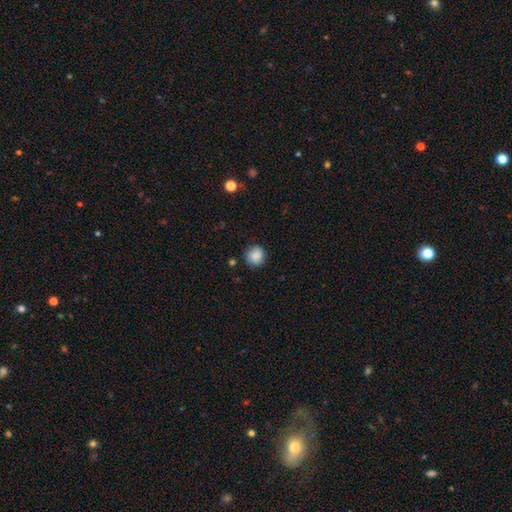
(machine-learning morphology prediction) Overall: smooth (86%). How rounded: round (87%). Merging: none (81%).